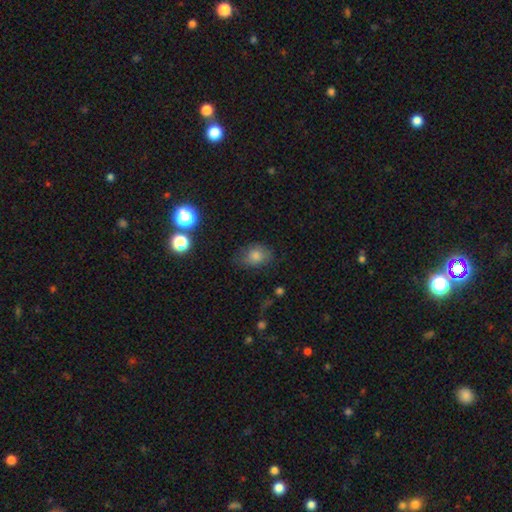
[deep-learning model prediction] Morphology: type=smooth (75%); roundness=in between (63%); merging=none (67%).